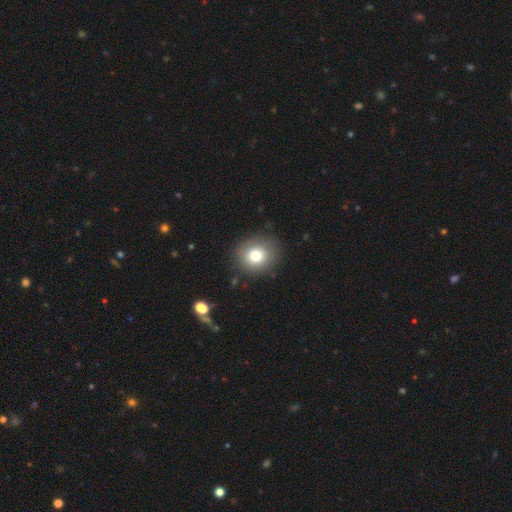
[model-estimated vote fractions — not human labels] Q: Smooth or featured?
A: smooth (76%); runner-up: featured or disk (12%)
Q: How rounded?
A: round (76%); runner-up: in between (23%)
Q: Merging?
A: none (85%); runner-up: minor disturbance (10%)